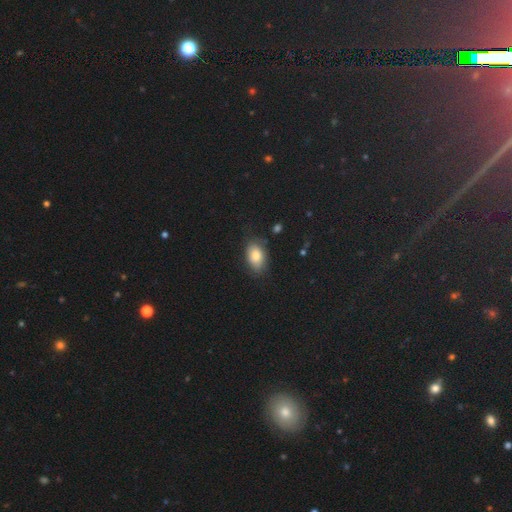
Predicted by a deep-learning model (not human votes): Overall: smooth (80%). How rounded: in between (88%). Merging: none (73%).